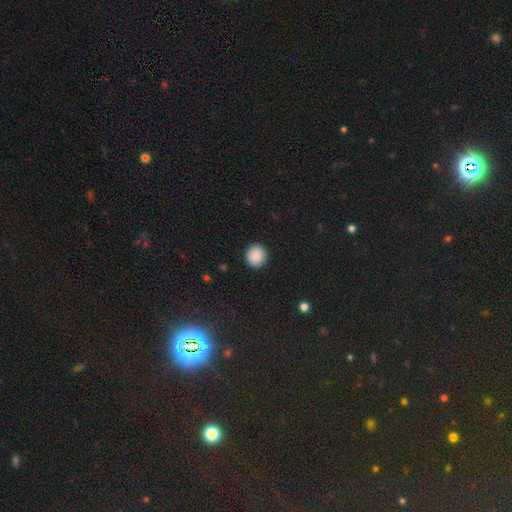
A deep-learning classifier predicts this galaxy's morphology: A smooth galaxy with no disk features (89%) that is round (93%). Merging: none (93%).